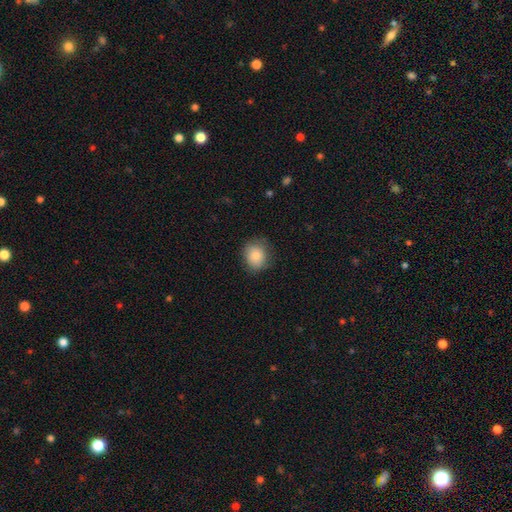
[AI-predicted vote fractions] This appears to be a smooth galaxy with no disk features (84%) that is round (65%). Merging: none (79%).